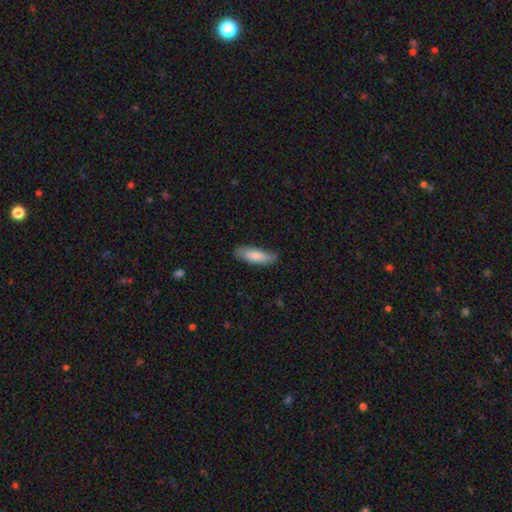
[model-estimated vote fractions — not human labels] Morphology: type=smooth (83%); roundness=in between (52%); merging=none (80%).